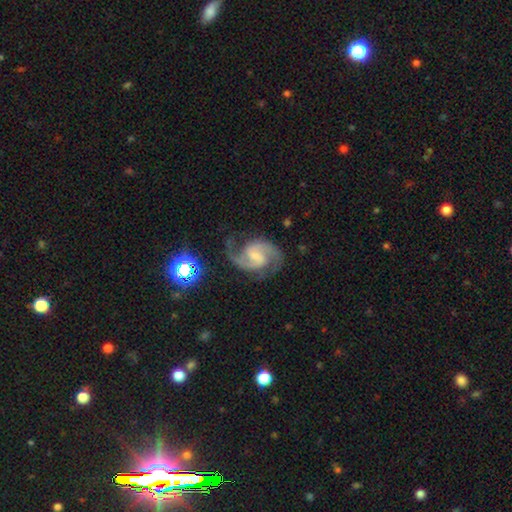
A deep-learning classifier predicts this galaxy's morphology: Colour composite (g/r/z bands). It shows a featured or disk galaxy (91%) with a weak bar (57%), 2 (93%) medium (63%) spiral arms (98%) and a small central bulge (42%). Merging: none (73%).